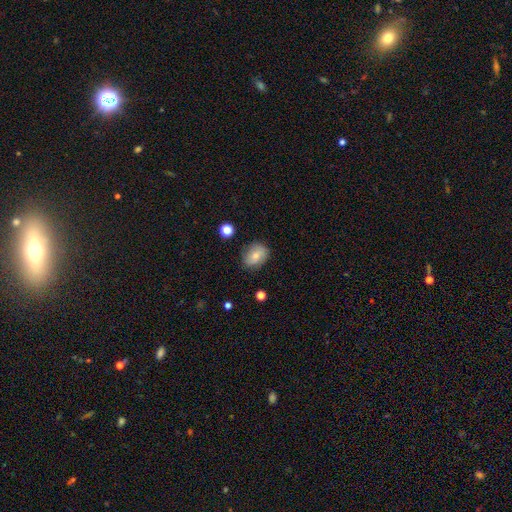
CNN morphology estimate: Smooth or featured: smooth — 72% (featured or disk — 19%)
How rounded: in between — 59% (round — 39%)
Merging: none — 77% (minor disturbance — 17%)